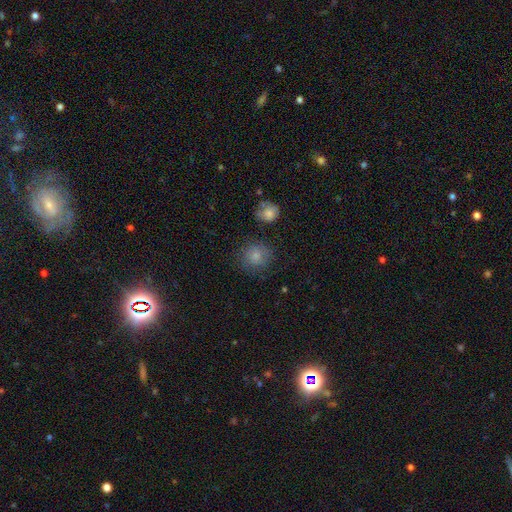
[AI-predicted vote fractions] smooth 80%, star or artifact 11%, featured or disk 10%. Down the decision tree: how rounded — round (86%); merging — none (76%).